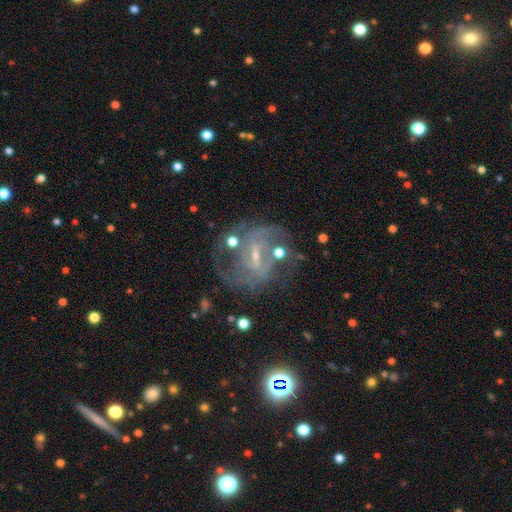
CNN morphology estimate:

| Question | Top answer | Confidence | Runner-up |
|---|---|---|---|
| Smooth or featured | featured or disk | 85% | star or artifact (9%) |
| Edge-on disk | no | 97% | yes (3%) |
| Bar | weak | 46% | strong (38%) |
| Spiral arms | yes | 94% | no (6%) |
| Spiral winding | medium | 49% | tight (34%) |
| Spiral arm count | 2 | 53% | can't tell (19%) |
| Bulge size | small | 74% | moderate (18%) |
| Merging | none | 60% | minor disturbance (17%) |